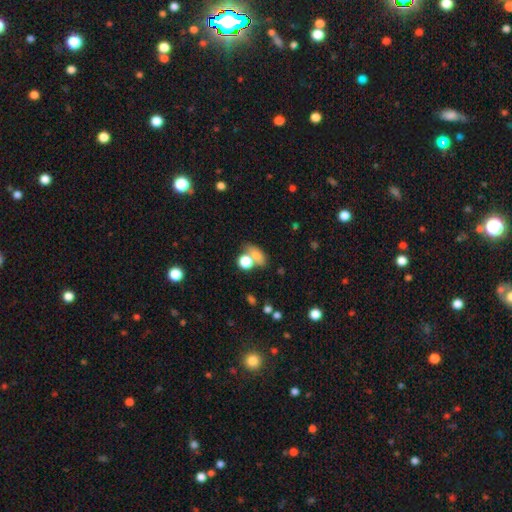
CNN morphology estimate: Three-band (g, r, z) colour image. It shows a smooth galaxy with no disk features (72%) that is in between round and cigar-shaped (66%). Merging: none (47%).